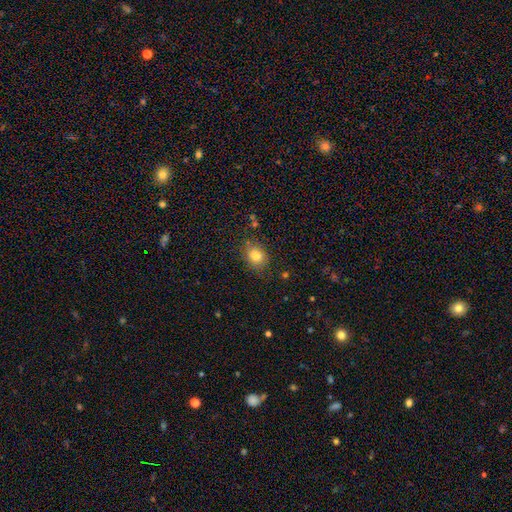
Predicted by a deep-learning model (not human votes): Morphology: type=smooth (82%); roundness=in between (51%); merging=none (81%).